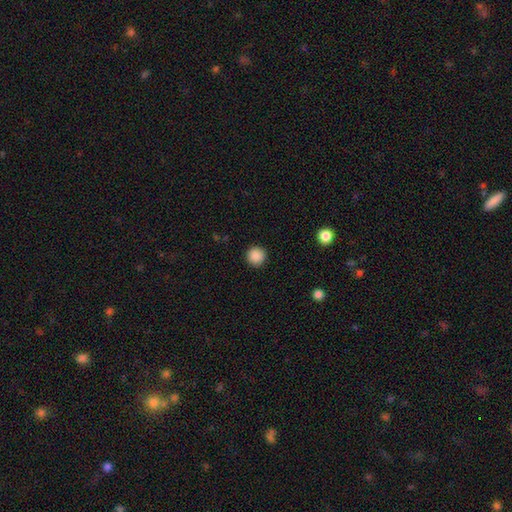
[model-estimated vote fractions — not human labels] smooth 88%, star or artifact 9%, featured or disk 2%. Down the decision tree: how rounded — round (96%); merging — none (92%).